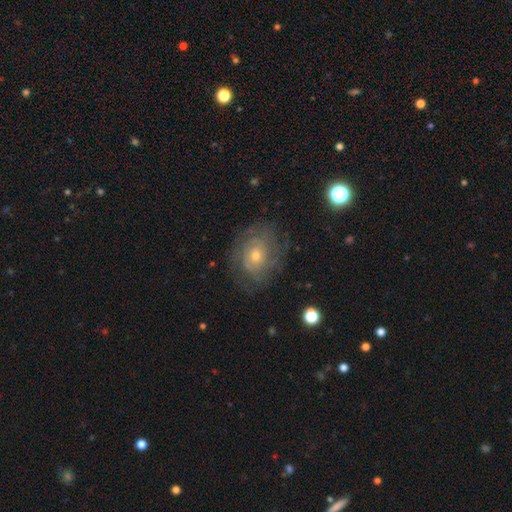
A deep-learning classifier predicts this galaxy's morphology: Overall: featured or disk (73%). Edge-on disk: no (96%). Bar: no (78%). Spiral arms: yes (87%). Spiral arm count: can't tell (51%; 2 19%). Spiral winding: tight (67%). Bulge size: small (52%; moderate 43%). Merging: none (75%).